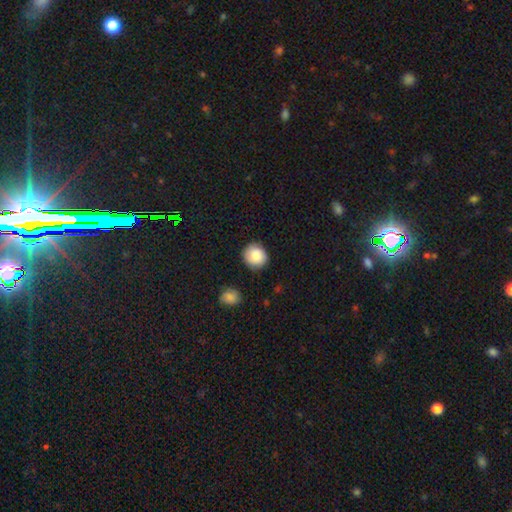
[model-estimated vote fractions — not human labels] The model was most divided on "merging": none: 84%, minor disturbance: 12%, major disturbance: 2%, merger: 2%. More confident: how rounded — round (86%); smooth or featured — smooth (85%).